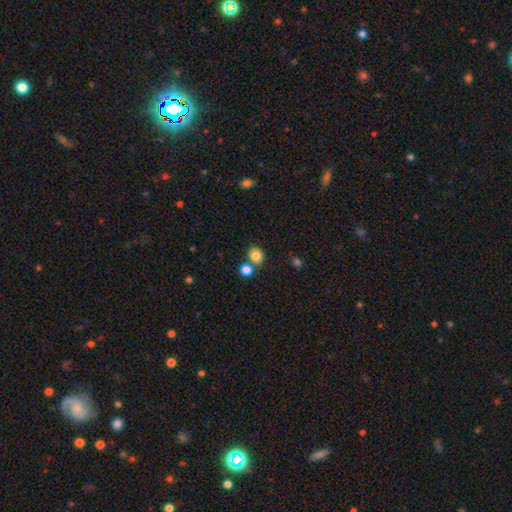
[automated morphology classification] Smooth or featured: smooth — 82% (star or artifact — 11%)
How rounded: round — 72% (in between — 28%)
Merging: none — 68% (merger — 19%)